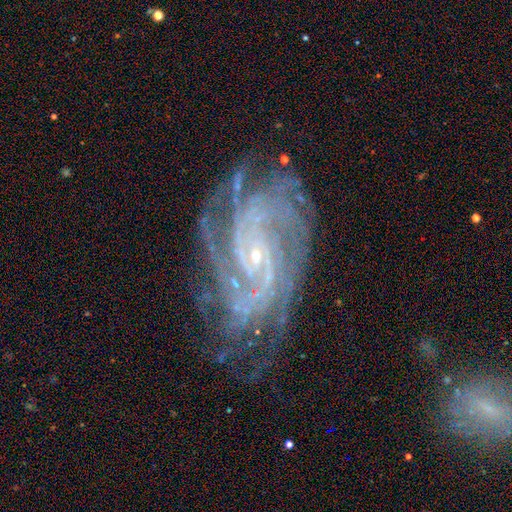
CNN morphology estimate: smooth-or-featured: featured or disk: 90% | star or artifact: 6% | smooth: 3%
  disk-edge-on: no: 97% | yes: 3%
    bar: no: 58% | weak: 29% | strong: 13%
    has-spiral-arms: yes: 98% | no: 2%
      spiral-winding: tight: 69% | medium: 26% | loose: 4%
      spiral-arm-count: 4: 23% | can't tell: 19% | more than 4: 17% | 3: 17% | 2: 15% | 1: 9%
    bulge-size: small: 87% | moderate: 8% | none: 3% | large: 1% | dominant: 1%
  merging: none: 73% | minor disturbance: 18% | major disturbance: 8% | merger: 2%